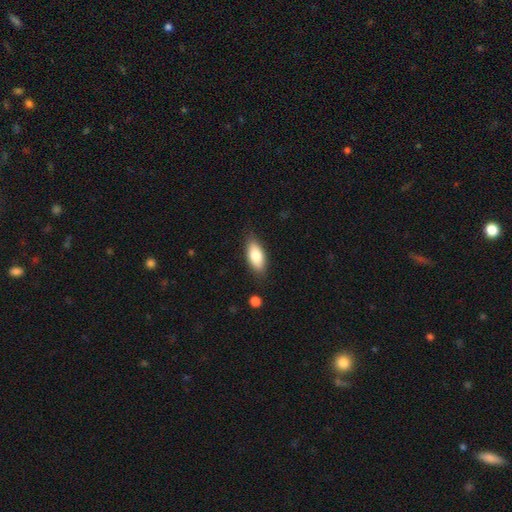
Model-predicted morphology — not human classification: This appears to be a smooth galaxy with no disk features (80%) that is in between round and cigar-shaped (86%). Merging: none (83%).